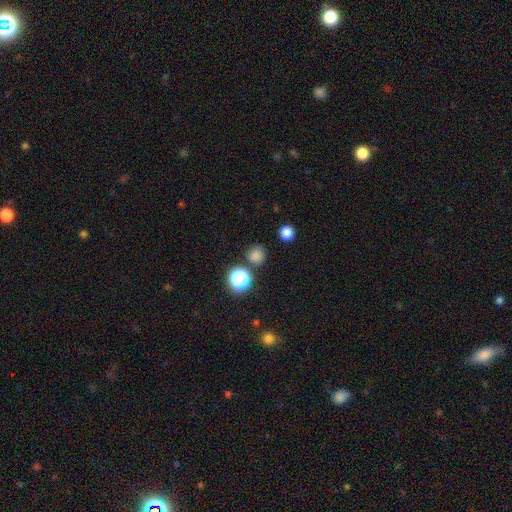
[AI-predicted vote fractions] Q: Smooth or featured?
A: smooth (76%); runner-up: star or artifact (20%)
Q: How rounded?
A: round (90%); runner-up: in between (9%)
Q: Merging?
A: none (82%); runner-up: minor disturbance (9%)